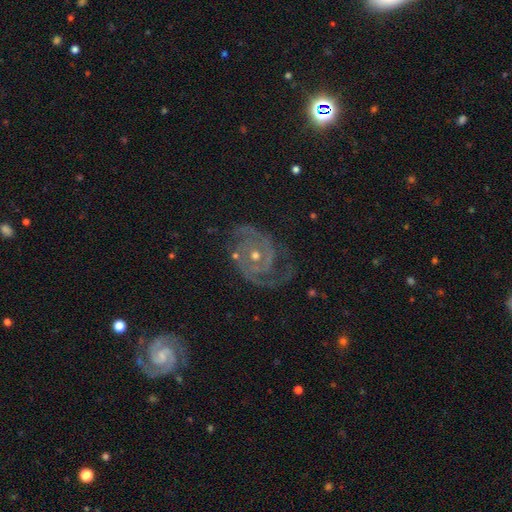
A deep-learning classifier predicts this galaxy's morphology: Overall: featured or disk (90%). Edge-on disk: no (98%). Bar: no (71%). Spiral arms: yes (97%). Spiral arm count: 2 (67%). Spiral winding: tight (54%; medium 37%). Bulge size: small (50%; moderate 47%). Merging: none (67%).